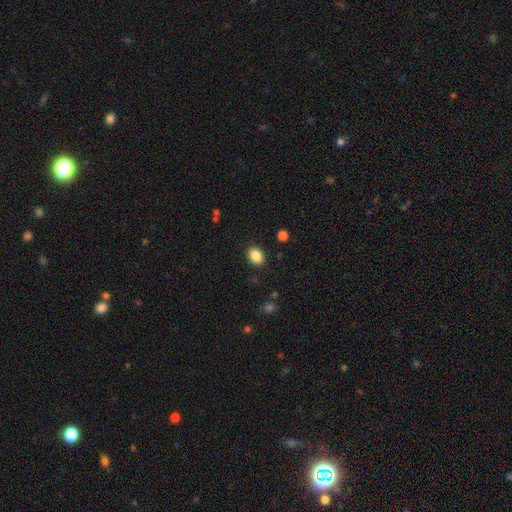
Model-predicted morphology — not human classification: smooth_or_featured: smooth (p=0.87) [alt: star or artifact p=0.09]
how_rounded: in between (p=0.69) [alt: round p=0.30]
merging: none (p=0.89) [alt: minor disturbance p=0.08]